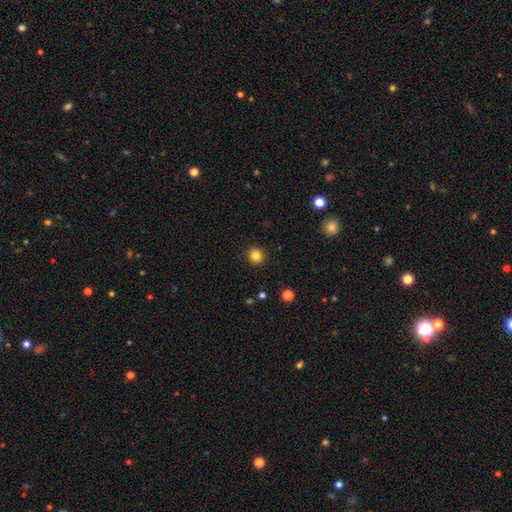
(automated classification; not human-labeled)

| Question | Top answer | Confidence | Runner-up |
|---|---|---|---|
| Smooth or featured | smooth | 84% | star or artifact (12%) |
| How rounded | round | 94% | in between (5%) |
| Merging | none | 92% | minor disturbance (5%) |